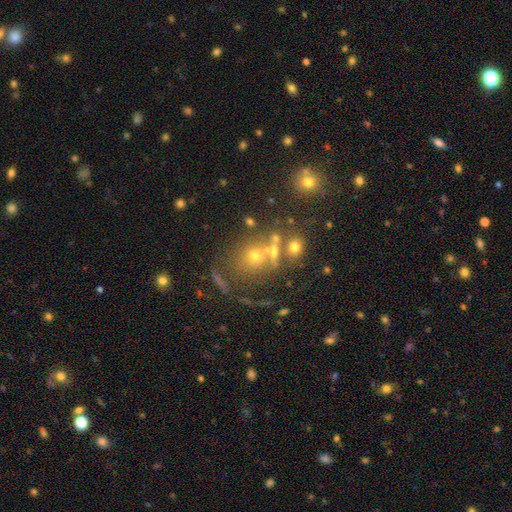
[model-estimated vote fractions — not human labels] Morphology: type=smooth (40%); merging=none (46%).